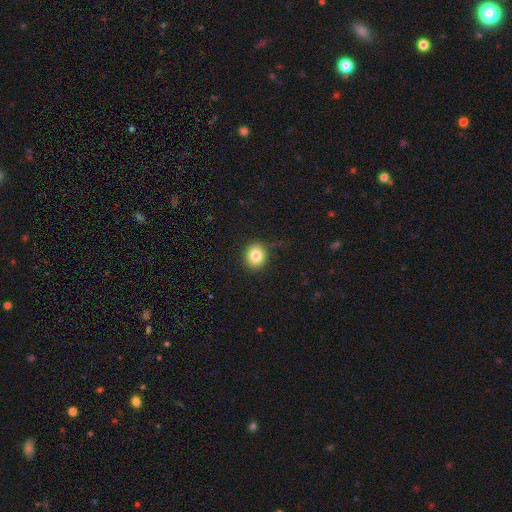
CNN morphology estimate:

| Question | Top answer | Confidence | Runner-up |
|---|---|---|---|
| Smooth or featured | smooth | 82% | star or artifact (10%) |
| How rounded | round | 82% | in between (17%) |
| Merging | none | 83% | minor disturbance (12%) |